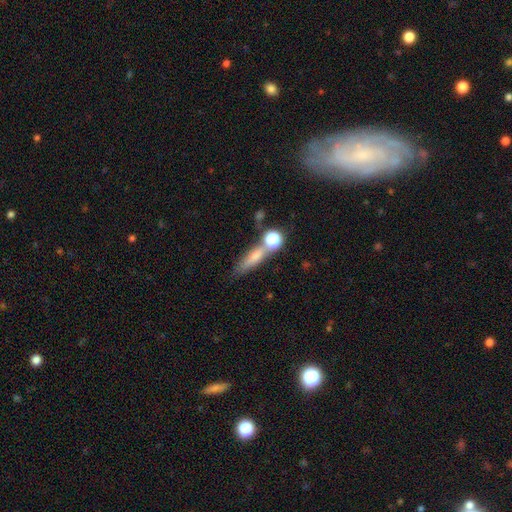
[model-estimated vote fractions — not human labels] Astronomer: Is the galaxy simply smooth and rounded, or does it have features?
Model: smooth — 64%.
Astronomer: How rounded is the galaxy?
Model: cigar-shaped — 58%.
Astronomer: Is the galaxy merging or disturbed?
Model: none — 53%.